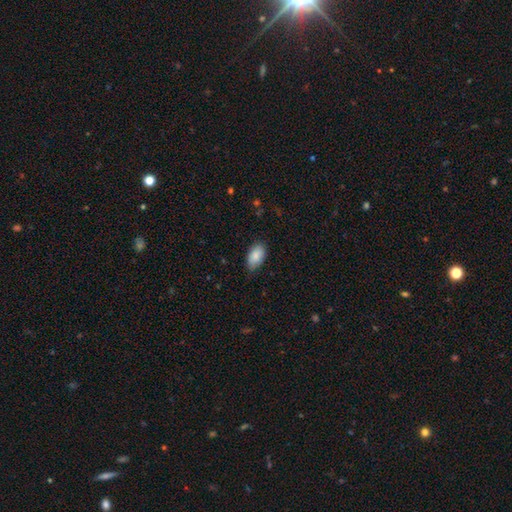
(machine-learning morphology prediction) smooth_or_featured: smooth (p=0.88) [alt: star or artifact p=0.06]
how_rounded: in between (p=0.94) [alt: round p=0.04]
merging: none (p=0.79) [alt: minor disturbance p=0.17]